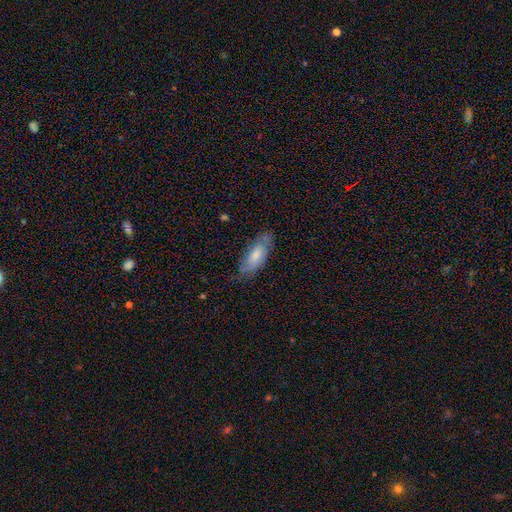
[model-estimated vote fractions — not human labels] Smooth or featured? smooth (61%)
How rounded? in between (79%)
Merging? none (64%)